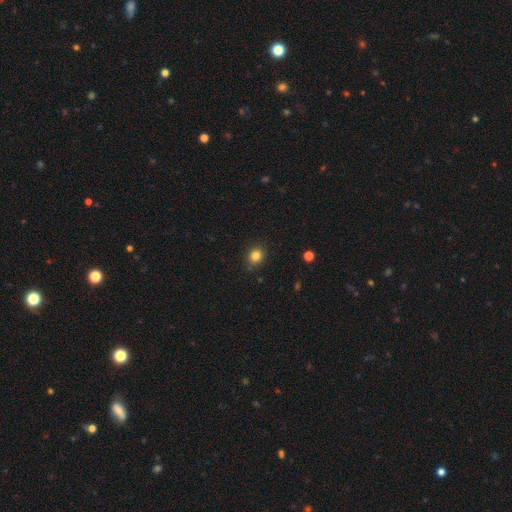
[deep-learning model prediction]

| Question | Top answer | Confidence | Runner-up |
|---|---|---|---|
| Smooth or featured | smooth | 83% | star or artifact (12%) |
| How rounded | round | 84% | in between (15%) |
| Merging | none | 87% | minor disturbance (9%) |